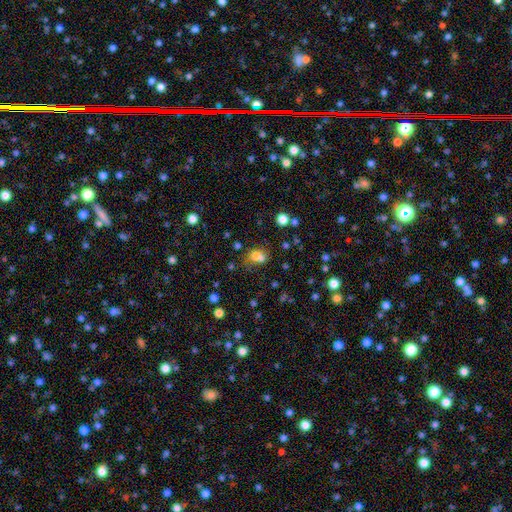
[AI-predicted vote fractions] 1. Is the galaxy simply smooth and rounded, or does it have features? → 71% smooth, 17% star or artifact, 13% featured or disk.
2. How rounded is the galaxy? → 51% in between, 48% round, 1% cigar-shaped.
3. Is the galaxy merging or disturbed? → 45% merger, 35% none, 13% minor disturbance, 7% major disturbance.